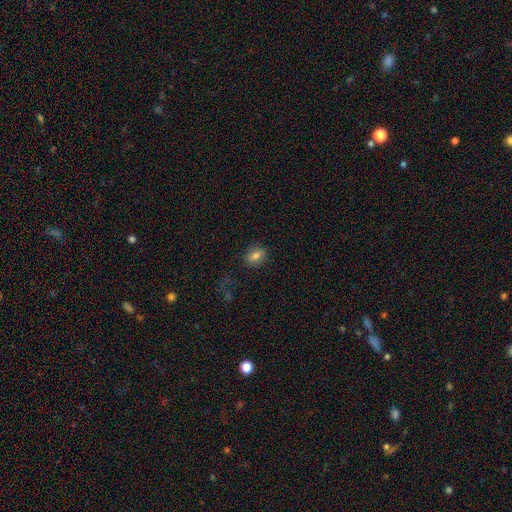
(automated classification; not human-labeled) This appears to be a smooth galaxy with no disk features (76%) that is in between round and cigar-shaped (69%). Merging: none (84%).